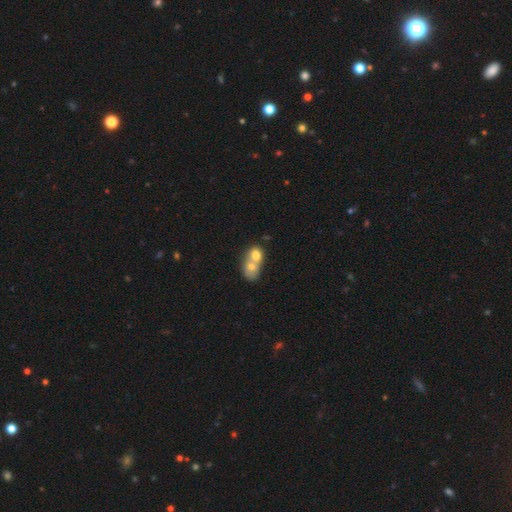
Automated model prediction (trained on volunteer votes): This appears to be a smooth galaxy with no disk features (67%) that is in between round and cigar-shaped (50%). Merging: merger (79%).